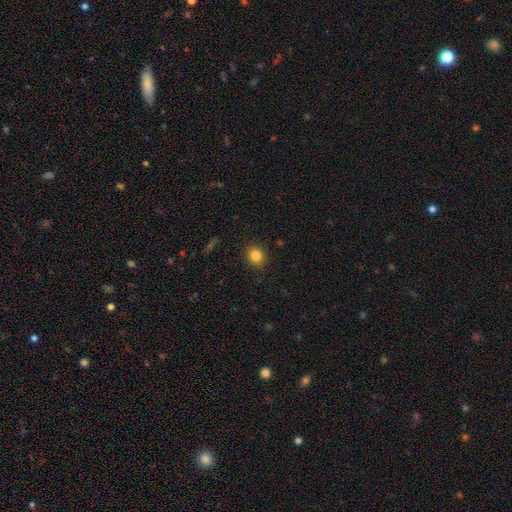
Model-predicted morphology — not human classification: smooth_or_featured: smooth (p=0.83) [alt: star or artifact p=0.11]
how_rounded: round (p=0.67) [alt: in between p=0.32]
merging: none (p=0.90) [alt: minor disturbance p=0.07]